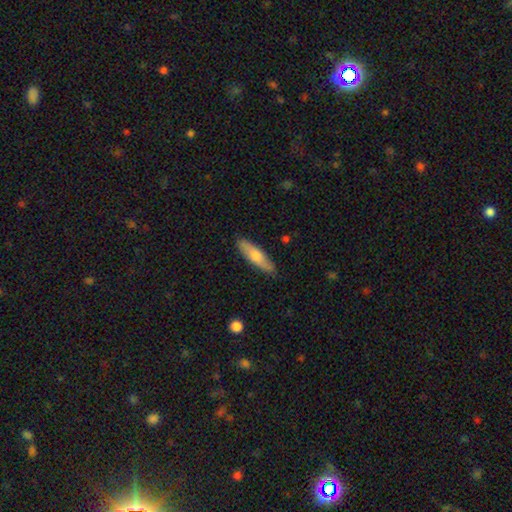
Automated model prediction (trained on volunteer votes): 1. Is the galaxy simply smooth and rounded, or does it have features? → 66% smooth, 29% featured or disk, 6% star or artifact.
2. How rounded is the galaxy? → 67% cigar-shaped, 31% in between, 2% round.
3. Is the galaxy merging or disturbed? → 85% none, 11% minor disturbance, 2% major disturbance, 1% merger.